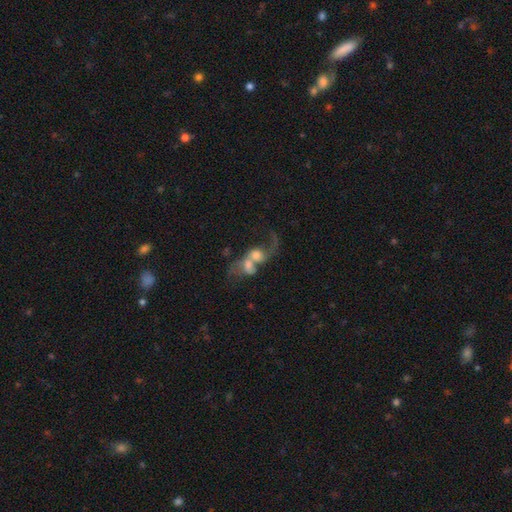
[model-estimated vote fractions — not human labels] Smooth or featured? featured or disk (52%)
Edge-on disk? no (95%)
Merging? merger (77%)